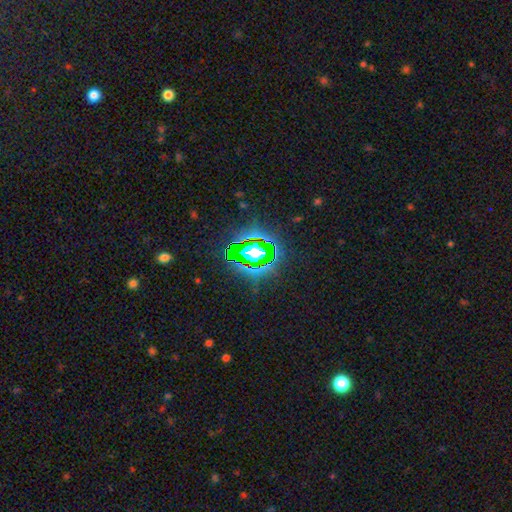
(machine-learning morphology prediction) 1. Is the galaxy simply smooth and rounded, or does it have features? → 78% star or artifact, 13% smooth, 8% featured or disk.